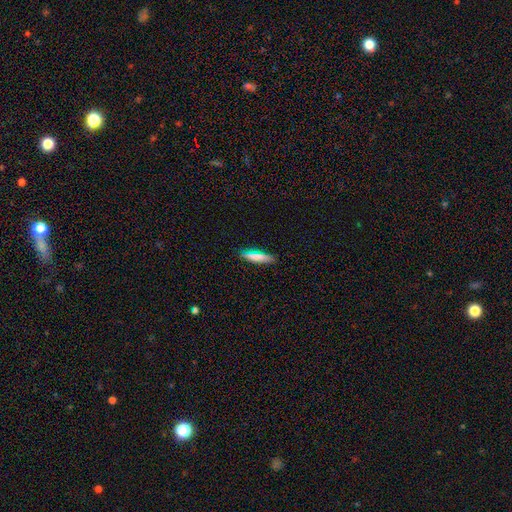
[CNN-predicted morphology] A smooth galaxy with no disk features (72%) that is cigar-shaped (76%).

Vote fractions:
- Smooth or featured? smooth: 72% / featured or disk: 19% / star or artifact: 9%
- How rounded? cigar-shaped: 76% / in between: 22% / round: 2%
- Merging? none: 87% / minor disturbance: 10% / major disturbance: 2% / merger: 1%